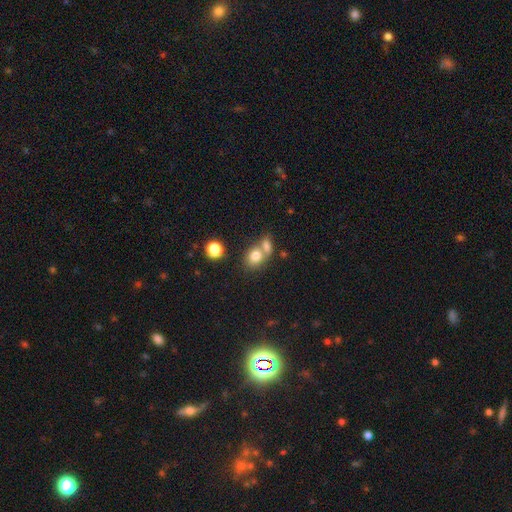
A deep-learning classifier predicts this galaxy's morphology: This appears to be a smooth galaxy with no disk features (79%) that is round (52%). Merging: merger (49%).